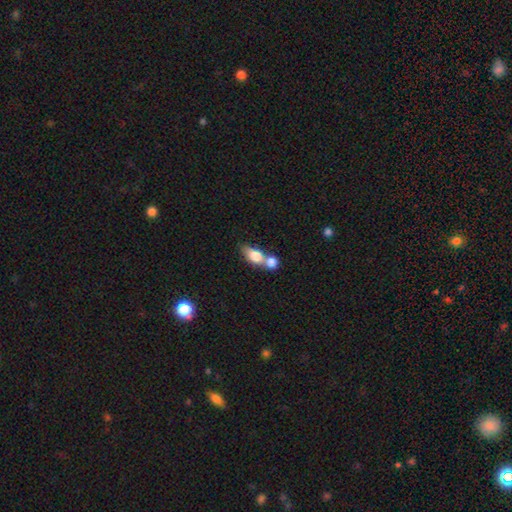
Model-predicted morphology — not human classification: Smooth or featured: smooth — 78% (featured or disk — 15%)
How rounded: in between — 73% (round — 20%)
Merging: merger — 66% (none — 22%)